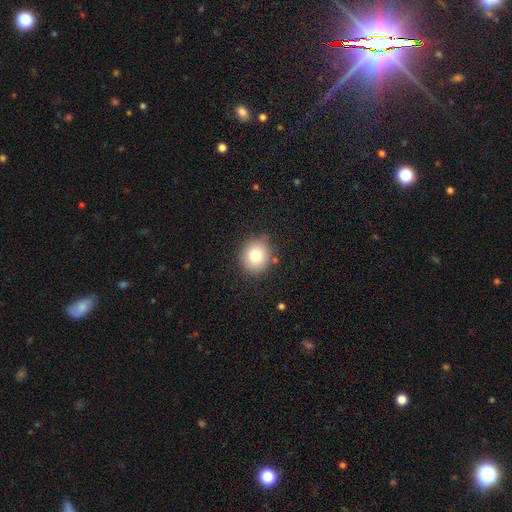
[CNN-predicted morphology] A smooth galaxy with no disk features (79%) that is round (84%). Merging: none (84%).